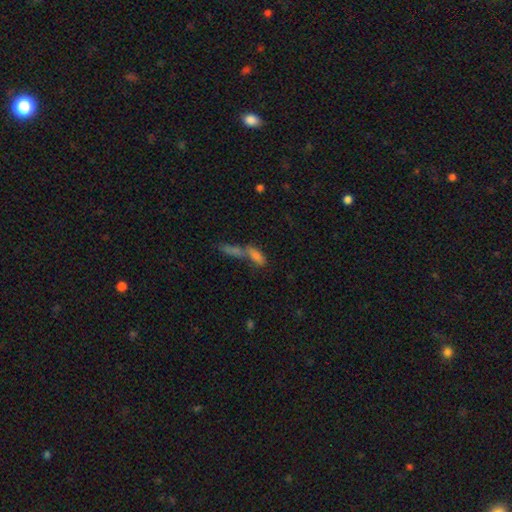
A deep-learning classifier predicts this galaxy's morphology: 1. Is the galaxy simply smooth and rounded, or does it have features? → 70% smooth, 17% featured or disk, 13% star or artifact.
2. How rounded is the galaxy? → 58% in between, 38% cigar-shaped, 4% round.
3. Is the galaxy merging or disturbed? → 61% merger, 26% none, 7% minor disturbance, 5% major disturbance.